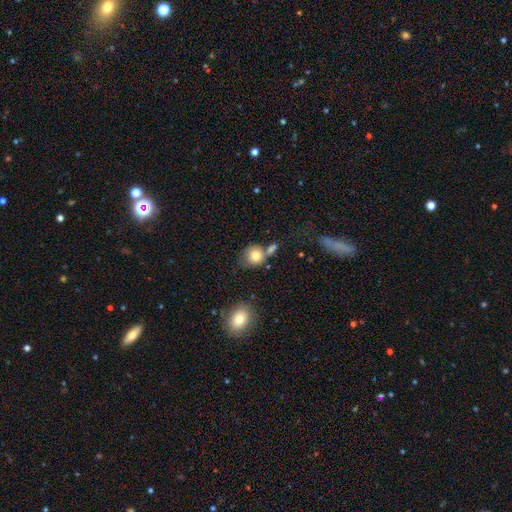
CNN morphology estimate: Smooth or featured? Predicted: smooth (p=0.79). How rounded? Predicted: round (p=0.75). Merging? Predicted: none (p=0.51).